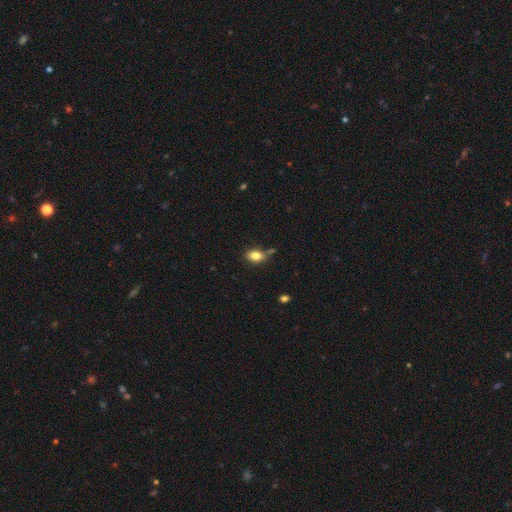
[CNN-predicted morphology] Smooth or featured? smooth (82%)
How rounded? in between (83%)
Merging? none (70%)